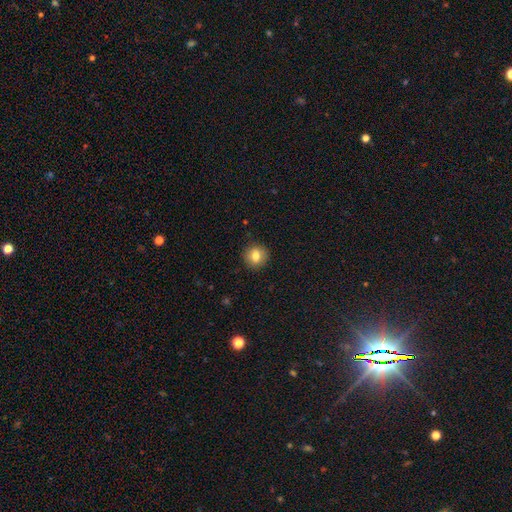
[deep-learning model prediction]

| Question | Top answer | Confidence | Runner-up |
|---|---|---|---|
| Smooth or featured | smooth | 81% | star or artifact (10%) |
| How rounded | round | 90% | in between (9%) |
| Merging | none | 91% | minor disturbance (6%) |